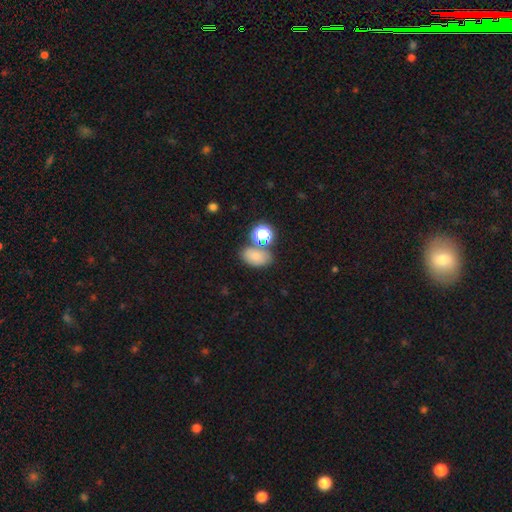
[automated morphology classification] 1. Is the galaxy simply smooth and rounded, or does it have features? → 74% smooth, 15% star or artifact, 10% featured or disk.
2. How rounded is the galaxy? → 81% in between, 18% round, 1% cigar-shaped.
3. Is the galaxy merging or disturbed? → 64% none, 17% merger, 14% minor disturbance, 5% major disturbance.